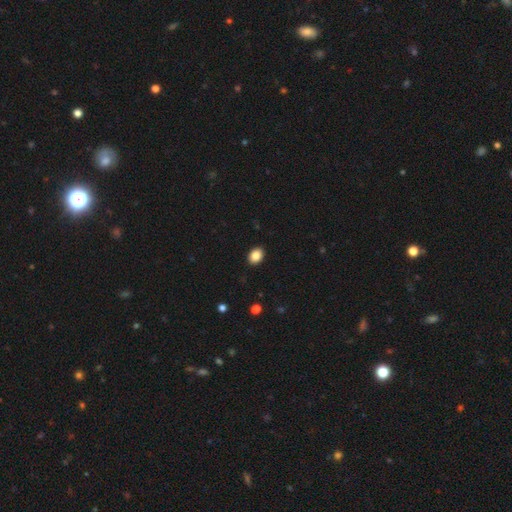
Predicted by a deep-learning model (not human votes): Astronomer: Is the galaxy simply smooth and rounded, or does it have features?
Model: smooth — 87%.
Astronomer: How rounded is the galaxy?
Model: in between — 67%.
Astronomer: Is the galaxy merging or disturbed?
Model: none — 91%.